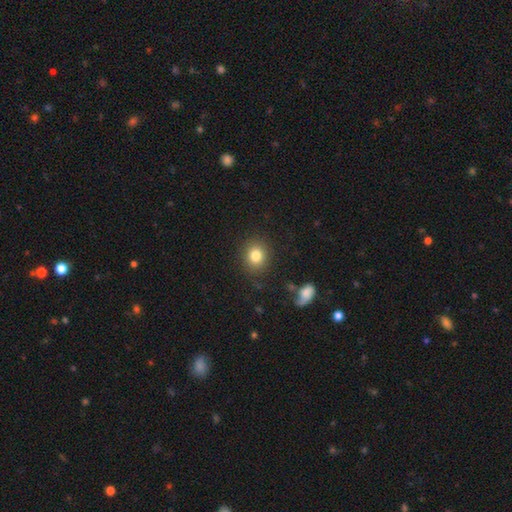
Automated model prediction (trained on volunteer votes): This is clearly a smooth galaxy (82%). How rounded: likely round (76%). Merging: clearly none (87%).